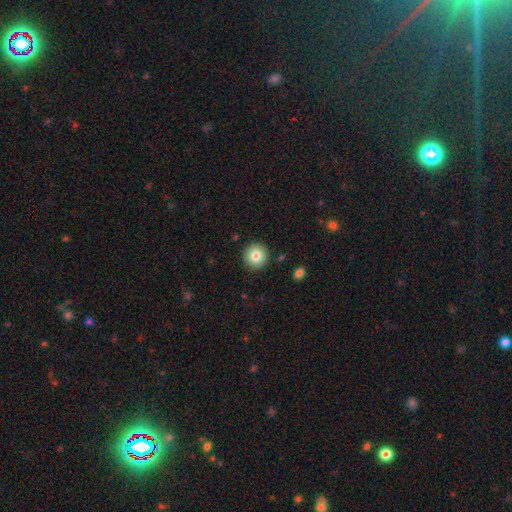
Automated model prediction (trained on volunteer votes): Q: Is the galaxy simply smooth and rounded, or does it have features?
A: smooth — 82%.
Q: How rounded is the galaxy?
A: round — 94%.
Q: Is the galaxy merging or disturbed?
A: none — 90%.